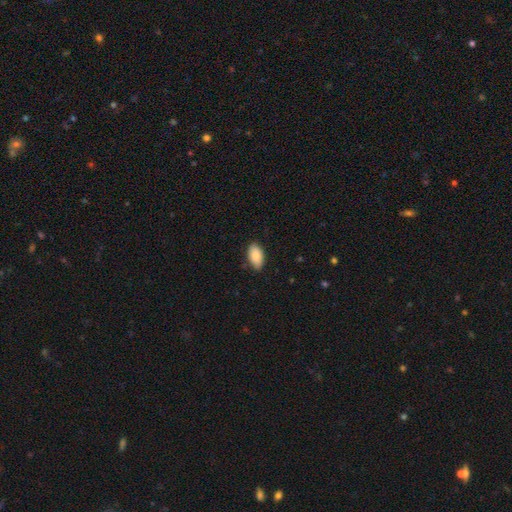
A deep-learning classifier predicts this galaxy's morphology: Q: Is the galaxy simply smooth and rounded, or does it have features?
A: smooth — 86%.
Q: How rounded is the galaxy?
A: in between — 94%.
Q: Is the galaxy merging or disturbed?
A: none — 84%.